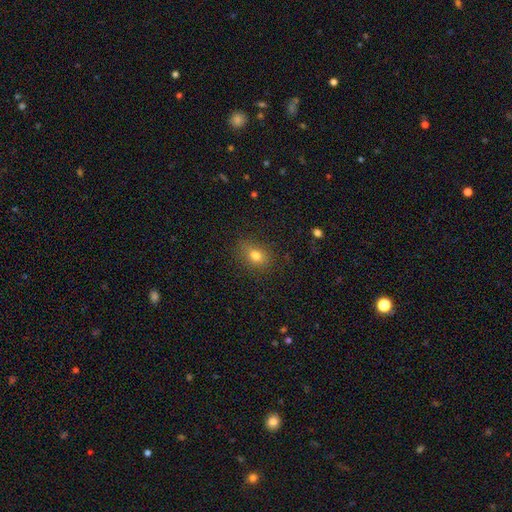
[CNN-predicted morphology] Smooth or featured? Predicted: smooth (p=0.77). How rounded? Predicted: in between (p=0.62). Merging? Predicted: none (p=0.78).